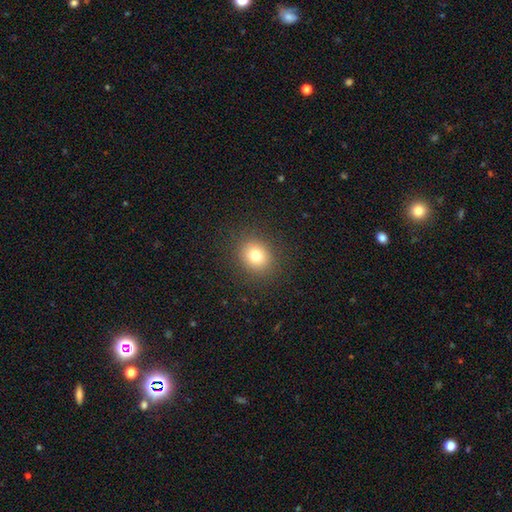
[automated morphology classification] Q: Smooth or featured?
A: smooth (77%); runner-up: star or artifact (13%)
Q: How rounded?
A: round (73%); runner-up: in between (26%)
Q: Merging?
A: none (88%); runner-up: minor disturbance (8%)